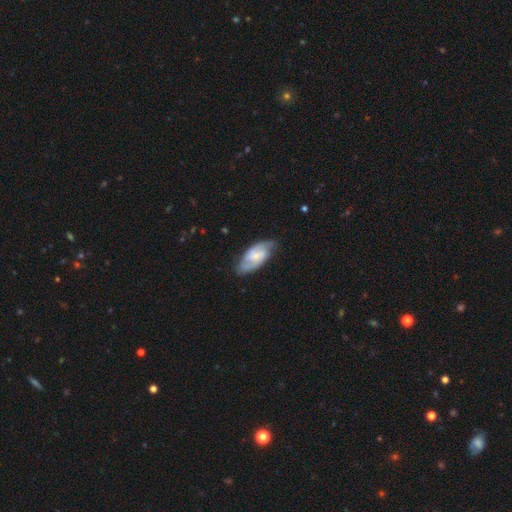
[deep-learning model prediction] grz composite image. It shows a featured or disk galaxy (72%) with a weak bar (45%), 2 (80%) medium (48%) spiral arms (93%) and a small central bulge (60%). Merging: none (77%).